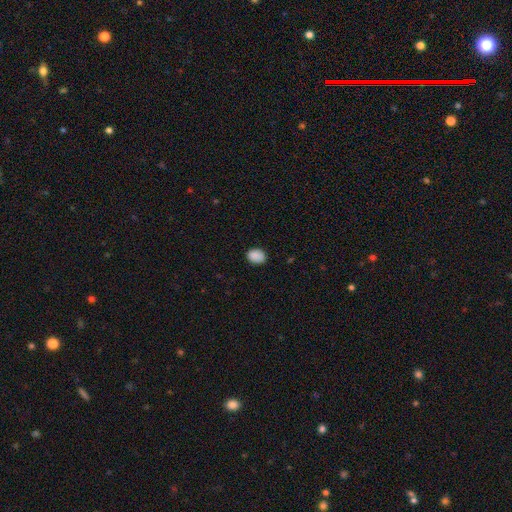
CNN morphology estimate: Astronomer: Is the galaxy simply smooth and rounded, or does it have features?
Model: smooth — 89%.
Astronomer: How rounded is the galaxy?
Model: in between — 61% (runner-up: round, 38%).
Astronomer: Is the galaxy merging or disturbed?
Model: none — 85%.